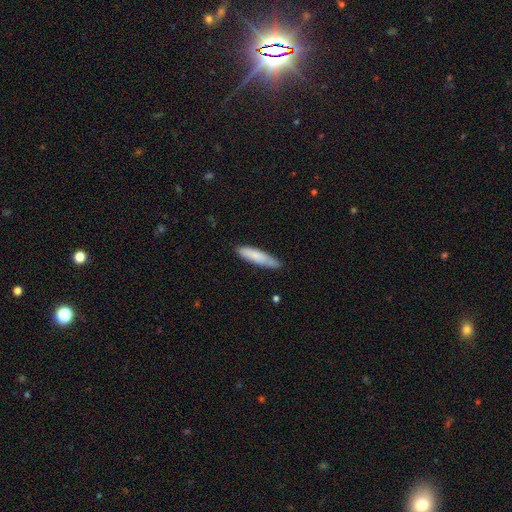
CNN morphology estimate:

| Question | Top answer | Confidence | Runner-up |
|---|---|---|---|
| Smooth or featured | smooth | 79% | featured or disk (16%) |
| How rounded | cigar-shaped | 78% | in between (20%) |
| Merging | none | 78% | minor disturbance (18%) |